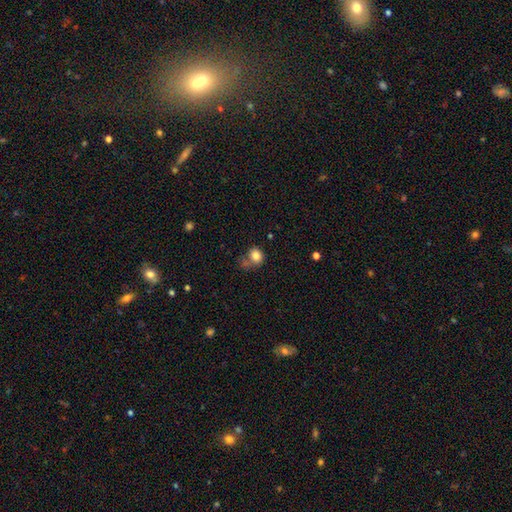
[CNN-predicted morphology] A smooth galaxy with no disk features (82%) that is round (75%).

Vote fractions:
- Smooth or featured? smooth: 82% / star or artifact: 10% / featured or disk: 8%
- How rounded? round: 75% / in between: 25% / cigar-shaped: 1%
- Merging? none: 48% / merger: 20% / minor disturbance: 20% / major disturbance: 12%